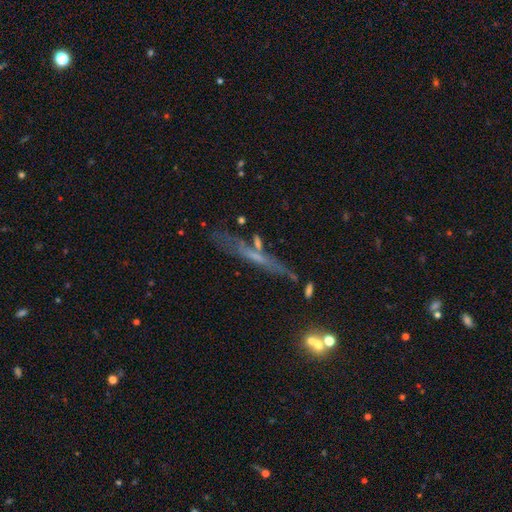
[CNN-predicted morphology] A featured or disk galaxy (52%) viewed edge-on (81%).

Vote fractions:
- Smooth or featured? featured or disk: 52% / smooth: 34% / star or artifact: 14%
- Edge-on disk? yes: 81% / no: 19%
- Merging? none: 68% / minor disturbance: 18% / major disturbance: 8% / merger: 6%